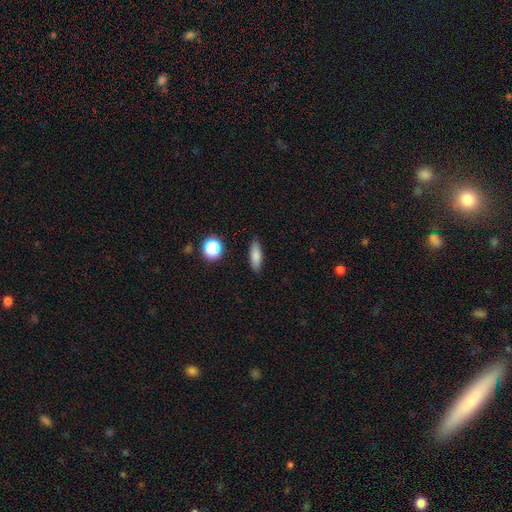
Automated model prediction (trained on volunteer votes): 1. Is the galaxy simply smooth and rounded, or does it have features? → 82% smooth, 9% star or artifact, 9% featured or disk.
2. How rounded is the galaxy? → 58% in between, 38% cigar-shaped, 4% round.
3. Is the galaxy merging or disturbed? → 87% none, 9% minor disturbance, 2% major disturbance, 2% merger.